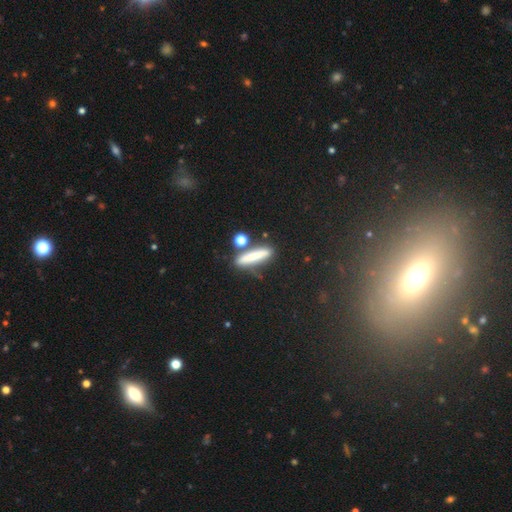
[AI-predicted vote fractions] This appears to be a smooth galaxy with no disk features (67%) that is cigar-shaped (78%). Merging: none (69%).